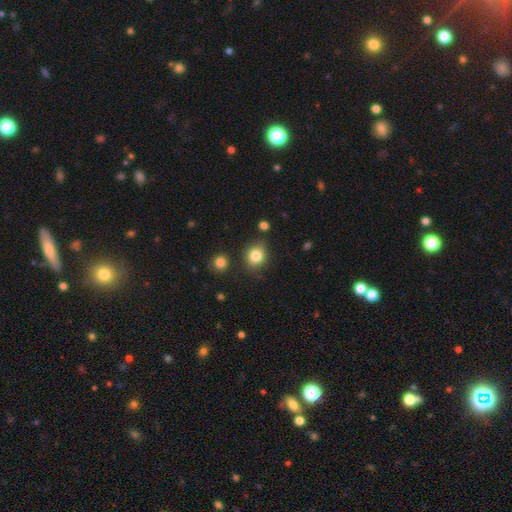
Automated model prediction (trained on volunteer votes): Smooth or featured?
  - smooth: 83% *
  - star or artifact: 11%
  - featured or disk: 7%
How rounded?
  - round: 72% *
  - in between: 27%
  - cigar-shaped: 1%
Merging?
  - none: 80% *
  - minor disturbance: 13%
  - merger: 4%
  - major disturbance: 3%